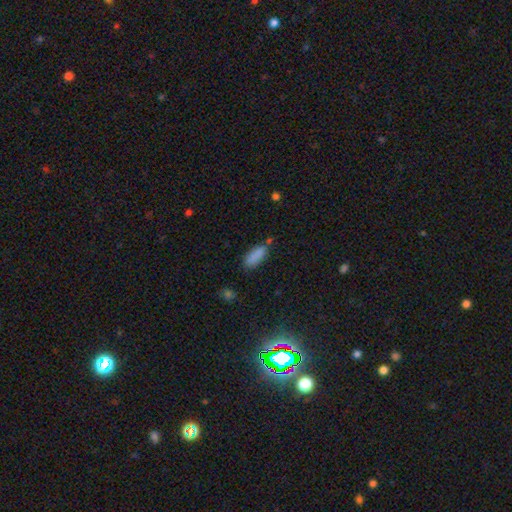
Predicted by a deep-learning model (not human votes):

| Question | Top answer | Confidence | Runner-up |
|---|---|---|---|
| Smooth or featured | smooth | 87% | star or artifact (8%) |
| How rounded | in between | 73% | cigar-shaped (25%) |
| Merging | none | 73% | minor disturbance (18%) |